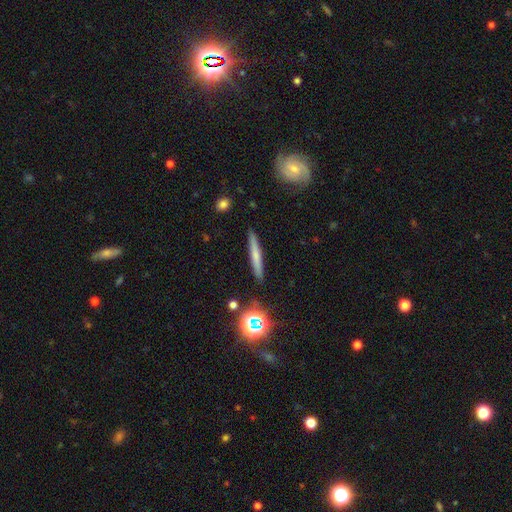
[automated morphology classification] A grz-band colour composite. It shows a smooth galaxy with no disk features (58%) that is cigar-shaped (94%). Merging: none (90%).